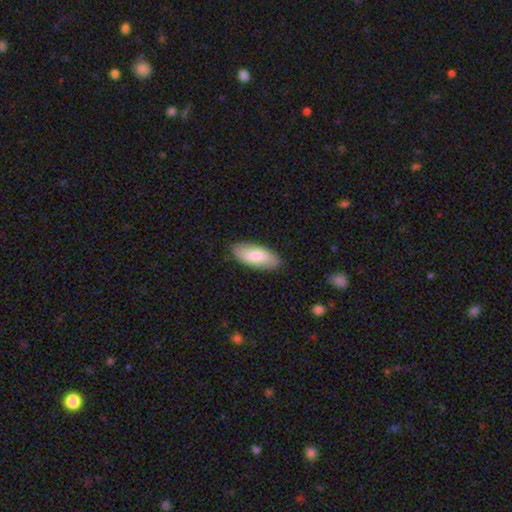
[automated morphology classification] Smooth or featured: smooth — 78% (featured or disk — 16%)
How rounded: in between — 85% (cigar-shaped — 13%)
Merging: none — 86% (minor disturbance — 10%)